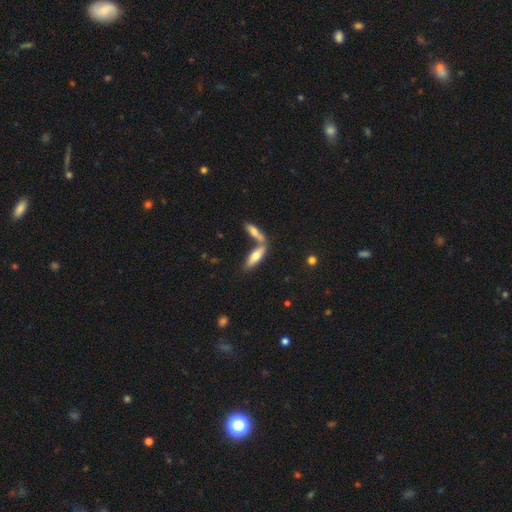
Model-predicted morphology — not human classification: smooth-or-featured: smooth: 67% | featured or disk: 26% | star or artifact: 7%
  how-rounded: in between: 51% | cigar-shaped: 48% | round: 2%
  merging: merger: 48% | none: 40% | minor disturbance: 9% | major disturbance: 3%